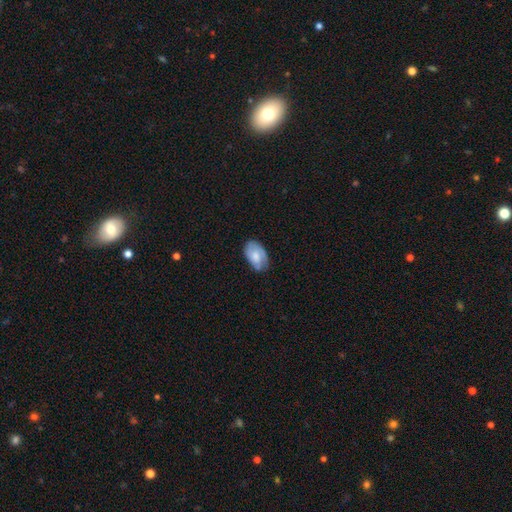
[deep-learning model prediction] Morphology: type=smooth (58%); roundness=in between (91%); merging=none (63%).